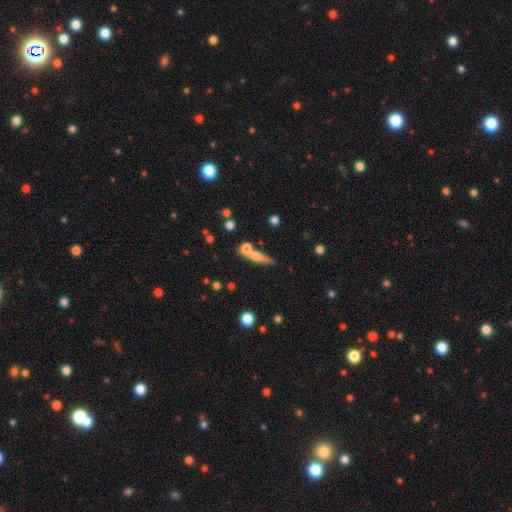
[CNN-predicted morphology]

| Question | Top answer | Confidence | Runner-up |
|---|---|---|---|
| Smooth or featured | smooth | 59% | featured or disk (31%) |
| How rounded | cigar-shaped | 68% | in between (21%) |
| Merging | none | 47% | merger (33%) |